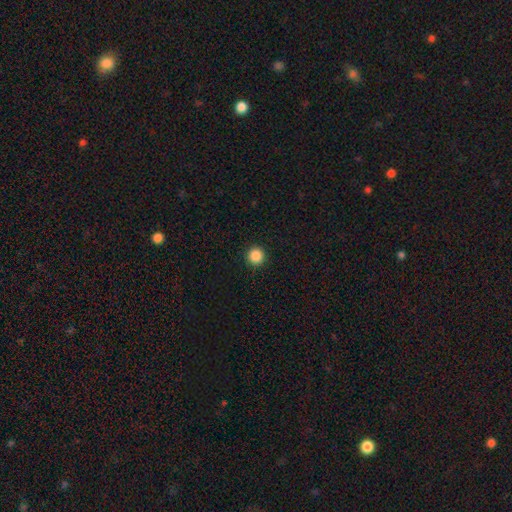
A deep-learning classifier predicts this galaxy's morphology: type=smooth (87%); roundness=round (96%); merging=none (93%).